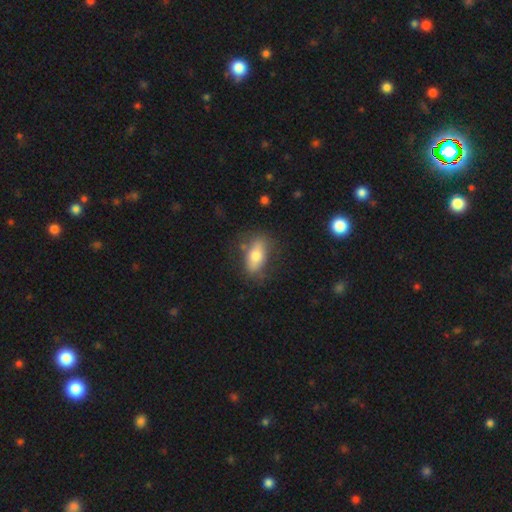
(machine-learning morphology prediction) type=smooth (66%); roundness=in between (83%); merging=none (71%).